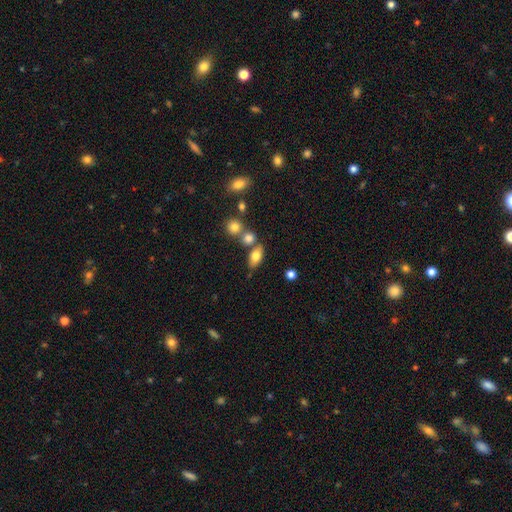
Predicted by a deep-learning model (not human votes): A smooth galaxy with no disk features (76%) that is in between round and cigar-shaped (86%). Merging: none (63%).